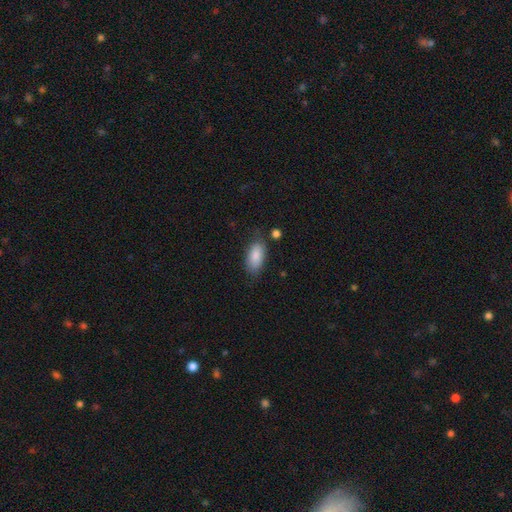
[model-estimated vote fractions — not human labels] Overall: smooth (86%). How rounded: in between (91%). Merging: none (74%).